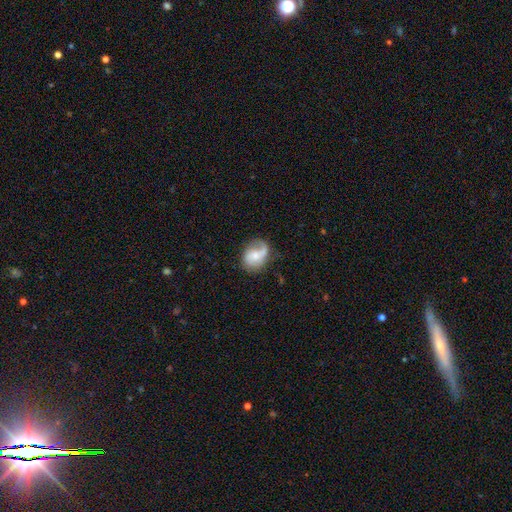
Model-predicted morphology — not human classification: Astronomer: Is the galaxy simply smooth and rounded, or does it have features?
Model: featured or disk — 53% (runner-up: smooth, 39%).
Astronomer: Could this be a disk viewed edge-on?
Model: no — 97%.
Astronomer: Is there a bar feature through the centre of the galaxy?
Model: no — 64%.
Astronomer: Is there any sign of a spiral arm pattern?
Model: yes — 81%.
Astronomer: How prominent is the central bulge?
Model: small — 47% (runner-up: moderate, 42%).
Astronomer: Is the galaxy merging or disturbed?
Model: none — 48% (runner-up: minor disturbance, 28%).